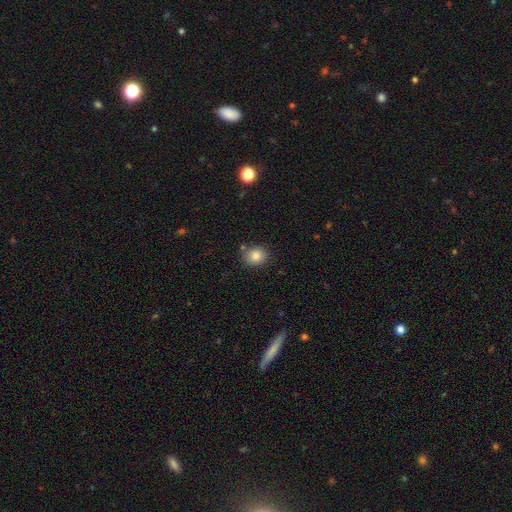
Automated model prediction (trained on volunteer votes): Q: Smooth or featured?
A: smooth (84%); runner-up: star or artifact (10%)
Q: How rounded?
A: round (78%); runner-up: in between (21%)
Q: Merging?
A: none (81%); runner-up: minor disturbance (11%)